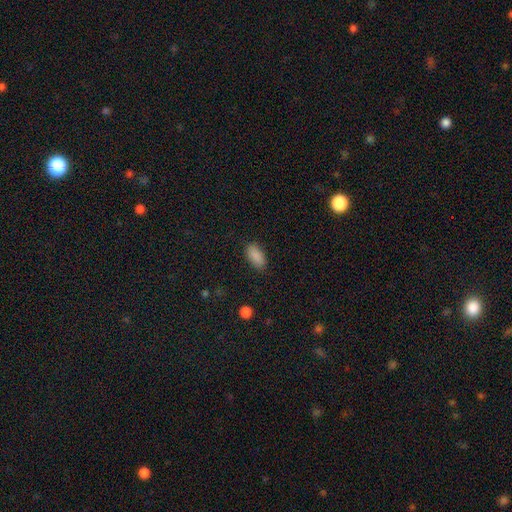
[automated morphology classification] Smooth or featured? Predicted: smooth (p=0.88). How rounded? Predicted: in between (p=0.91). Merging? Predicted: none (p=0.85).